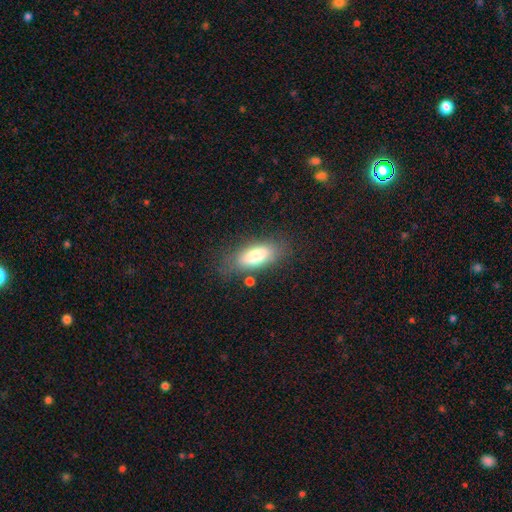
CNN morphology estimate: smooth_or_featured: smooth (p=0.78) [alt: featured or disk p=0.14]
how_rounded: in between (p=0.81) [alt: cigar-shaped p=0.16]
merging: none (p=0.74) [alt: minor disturbance p=0.16]